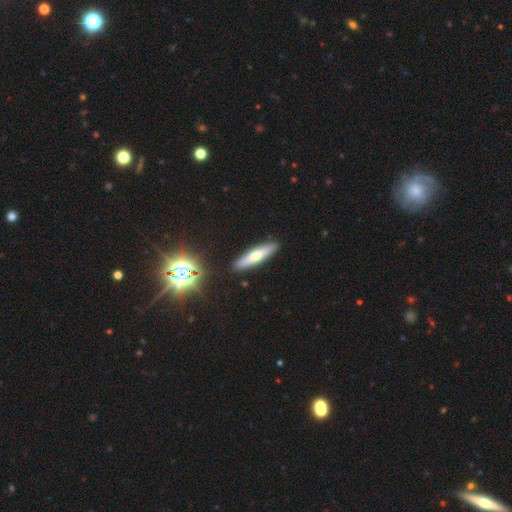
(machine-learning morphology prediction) A smooth galaxy with no disk features (55%) that is cigar-shaped (79%). Merging: none (90%).